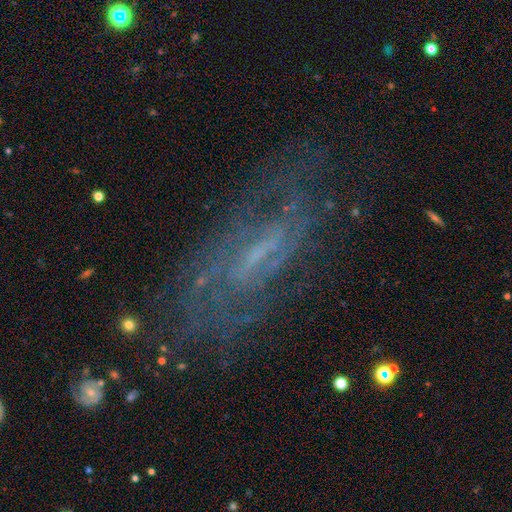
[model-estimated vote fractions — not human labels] smooth_or_featured: featured or disk (p=0.68) [alt: smooth p=0.17]
disk_edge_on: no (p=0.83) [alt: yes p=0.17]
bar: weak (p=0.47) [alt: no p=0.30]
has_spiral_arms: yes (p=0.74) [alt: no p=0.26]
bulge_size: small (p=0.53) [alt: none p=0.26]
merging: none (p=0.71) [alt: minor disturbance p=0.17]